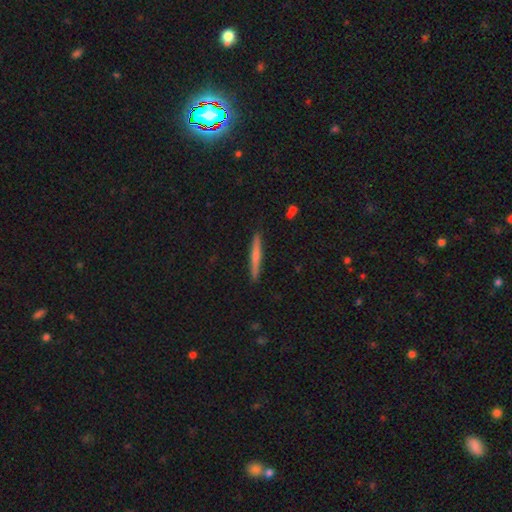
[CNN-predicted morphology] smooth_or_featured: smooth (p=0.54) [alt: featured or disk p=0.40]
how_rounded: cigar-shaped (p=0.95) [alt: in between p=0.03]
merging: none (p=0.91) [alt: minor disturbance p=0.07]